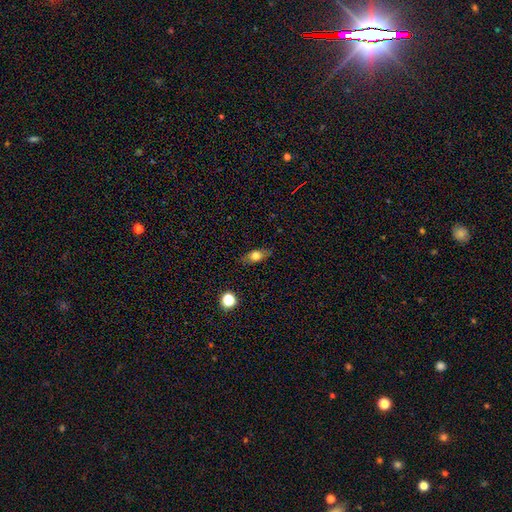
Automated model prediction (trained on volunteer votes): A smooth galaxy with no disk features (67%) that is in between round and cigar-shaped (71%). Merging: none (82%).